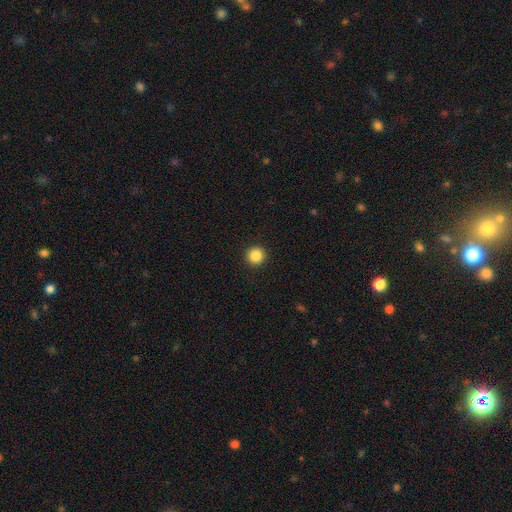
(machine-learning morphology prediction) Smooth or featured: smooth — 86% (star or artifact — 10%)
How rounded: round — 96% (in between — 4%)
Merging: none — 93% (minor disturbance — 4%)